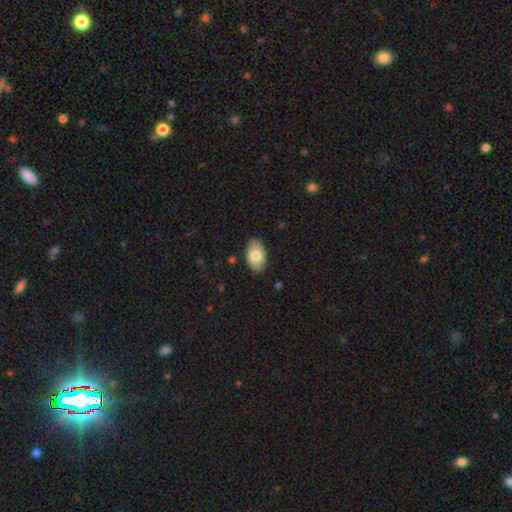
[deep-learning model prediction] A smooth galaxy with no disk features (77%) that is in between round and cigar-shaped (93%). Merging: none (86%).